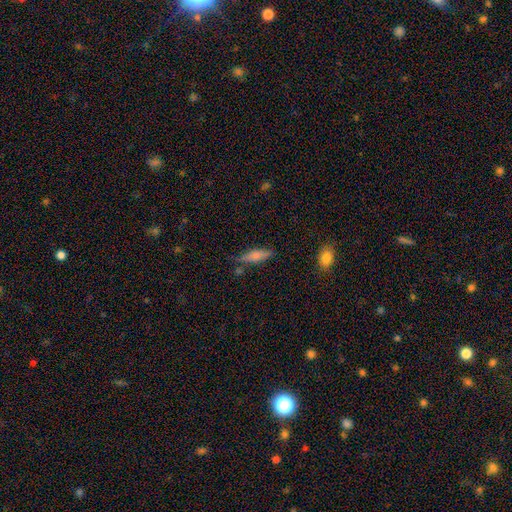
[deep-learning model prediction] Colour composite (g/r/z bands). It shows a smooth galaxy with no disk features (66%) that is cigar-shaped (67%). Merging: none (74%).